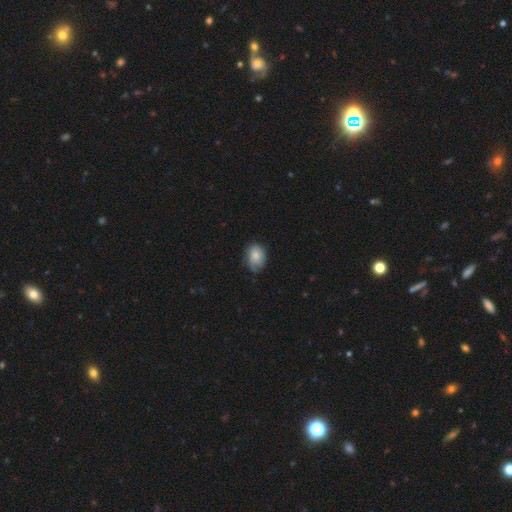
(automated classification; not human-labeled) This appears to be a smooth galaxy with no disk features (79%) that is in between round and cigar-shaped (70%). Merging: none (58%).